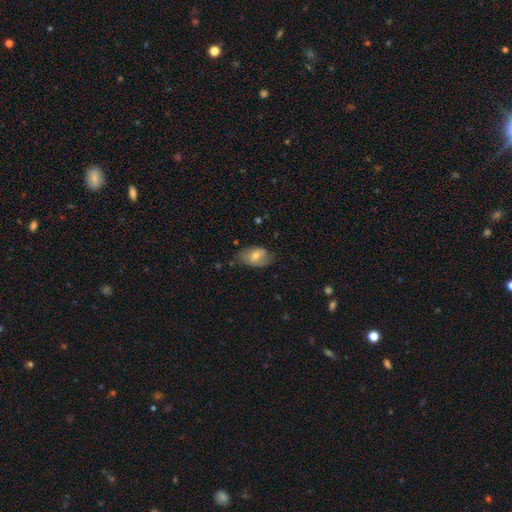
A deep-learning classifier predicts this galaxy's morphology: Smooth or featured? Predicted: smooth (p=0.62). How rounded? Predicted: in between (p=0.87). Merging? Predicted: none (p=0.62).